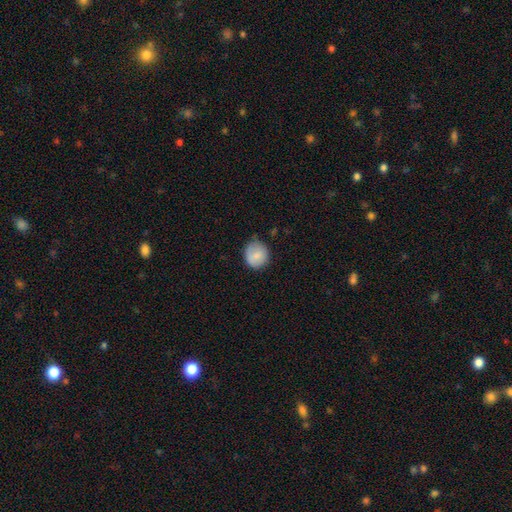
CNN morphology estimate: This is clearly a smooth galaxy (81%). How rounded: clearly round (85%). Merging: likely none (72%).